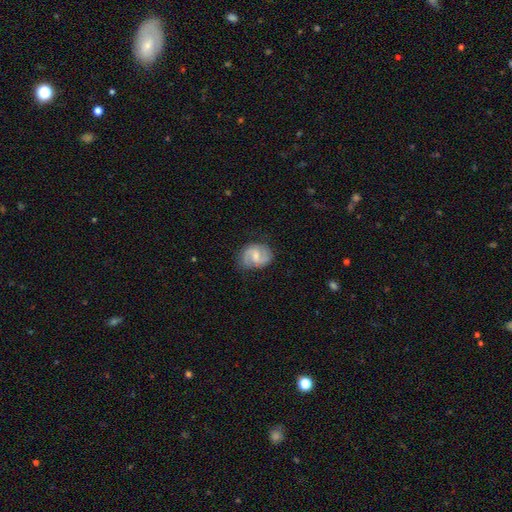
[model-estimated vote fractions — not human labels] Smooth or featured?
  - featured or disk: 79% *
  - smooth: 15%
  - star or artifact: 5%
Edge-on disk?
  - no: 98% *
  - yes: 2%
Bar?
  - weak: 59% *
  - no: 27%
  - strong: 14%
Spiral arms?
  - yes: 96% *
  - no: 4%
Spiral winding?
  - medium: 54% *
  - tight: 24%
  - loose: 22%
Spiral arm count?
  - 2: 90% *
  - can't tell: 4%
  - 1: 2%
  - 3: 1%
  - 4: 1%
  - more than 4: 1%
Bulge size?
  - small: 45% * (tied)
  - moderate: 45% * (tied)
  - none: 6%
  - large: 2%
  - dominant: 1%
Merging?
  - none: 79% *
  - minor disturbance: 15%
  - major disturbance: 4%
  - merger: 1%